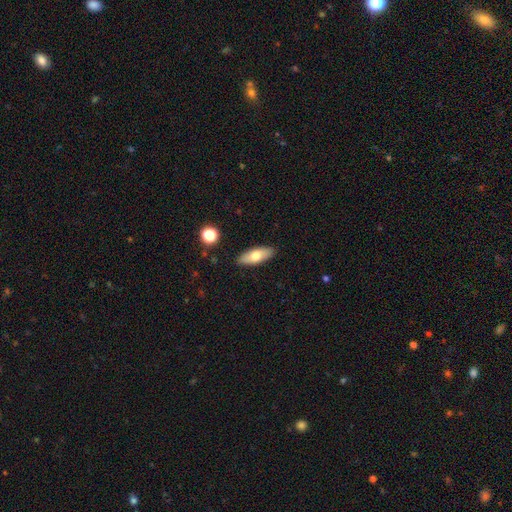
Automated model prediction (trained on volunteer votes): Smooth or featured? Predicted: smooth (p=0.70). How rounded? Predicted: in between (p=0.69). Merging? Predicted: none (p=0.89).